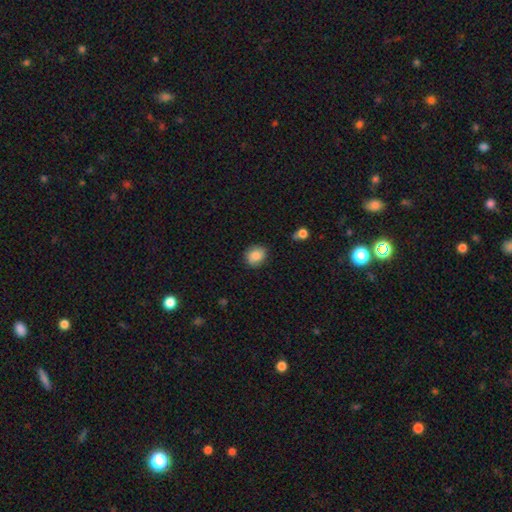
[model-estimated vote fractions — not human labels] Smooth or featured?
  - smooth: 86% *
  - star or artifact: 8%
  - featured or disk: 6%
How rounded?
  - round: 63% *
  - in between: 36%
  - cigar-shaped: 1%
Merging?
  - none: 84% *
  - minor disturbance: 12%
  - major disturbance: 3%
  - merger: 1%